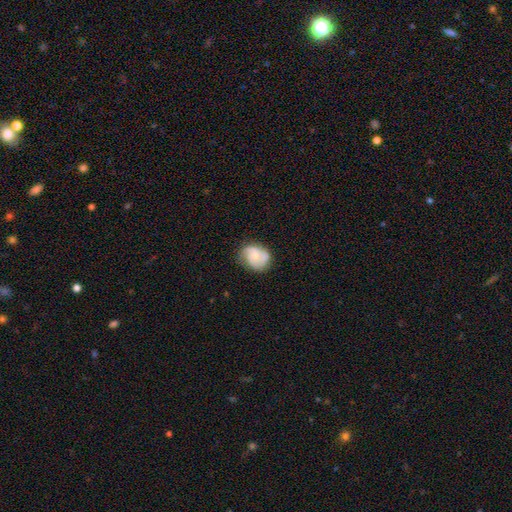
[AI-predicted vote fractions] Overall: featured or disk (53%; smooth 40%). Edge-on disk: no (98%). Bar: no (70%). Spiral arms: yes (84%). Bulge size: small (49%; moderate 34%). Merging: none (63%; minor disturbance 26%).